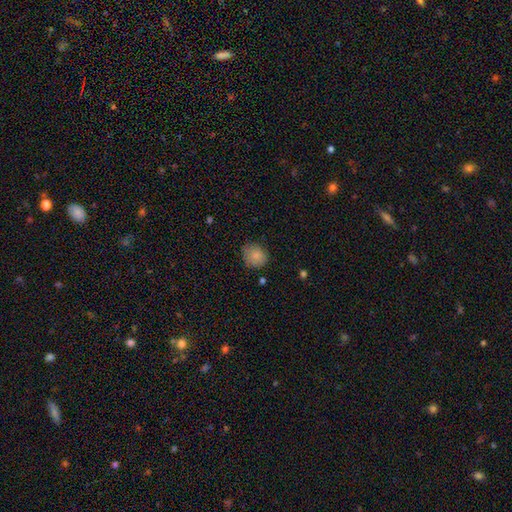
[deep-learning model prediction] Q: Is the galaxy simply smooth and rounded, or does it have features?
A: smooth — 84%.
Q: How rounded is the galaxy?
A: round — 73%.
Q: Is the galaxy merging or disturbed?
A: none — 73%.